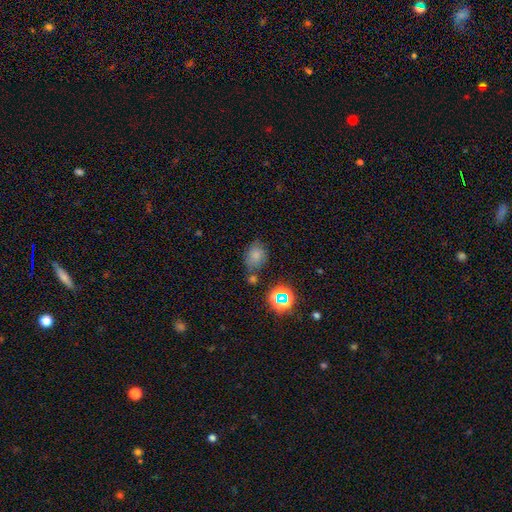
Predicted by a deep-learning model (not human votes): This appears to be a smooth galaxy with no disk features (72%) that is in between round and cigar-shaped (56%). Merging: none (62%).